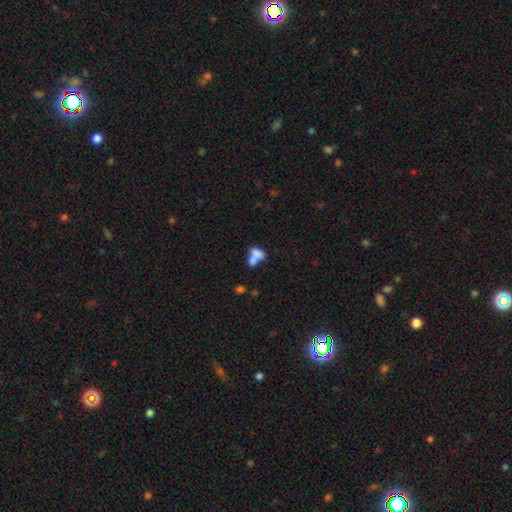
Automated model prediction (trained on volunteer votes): Q: Smooth or featured?
A: smooth (71%); runner-up: featured or disk (19%)
Q: How rounded?
A: in between (76%); runner-up: round (20%)
Q: Merging?
A: merger (67%); runner-up: none (18%)